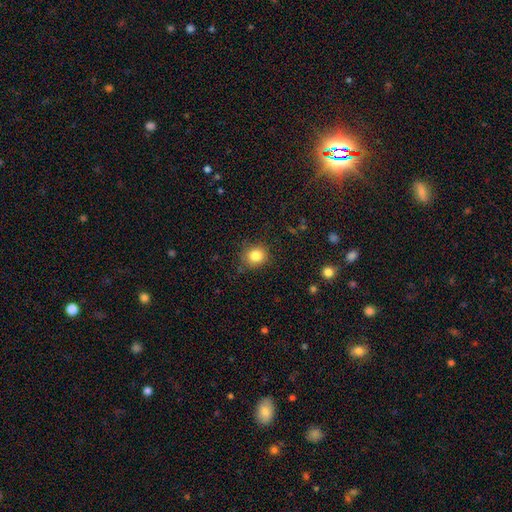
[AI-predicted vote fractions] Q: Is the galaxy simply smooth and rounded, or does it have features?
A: smooth — 83%.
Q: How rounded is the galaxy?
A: round — 84%.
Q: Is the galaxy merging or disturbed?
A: none — 82%.